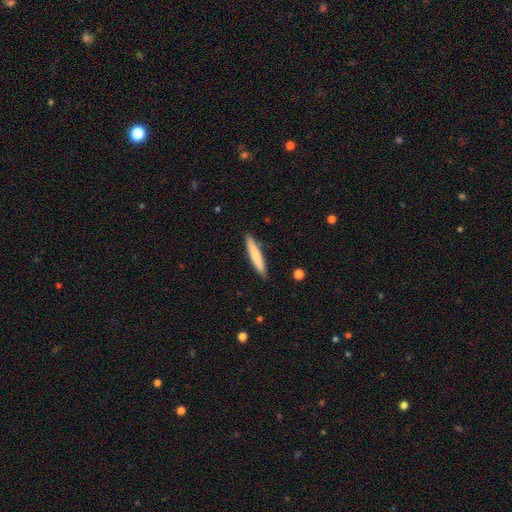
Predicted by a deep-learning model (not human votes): A smooth galaxy with no disk features (72%) that is cigar-shaped (93%).

Vote fractions:
- Smooth or featured? smooth: 72% / featured or disk: 23% / star or artifact: 5%
- How rounded? cigar-shaped: 93% / in between: 6% / round: 1%
- Merging? none: 89% / minor disturbance: 8% / major disturbance: 2% / merger: 1%